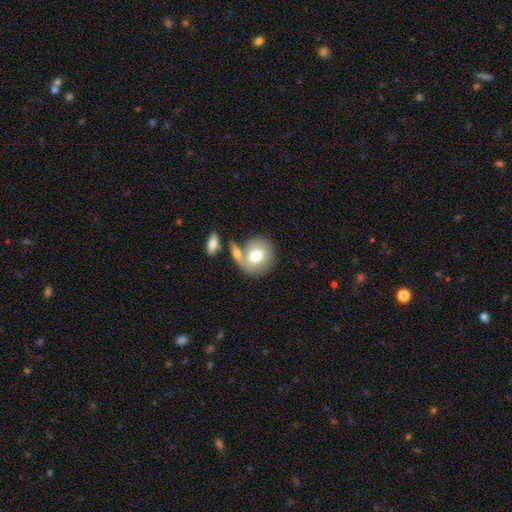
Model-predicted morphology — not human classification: The model was most divided on "merging": none: 54%, merger: 28%, minor disturbance: 13%, major disturbance: 5%. More confident: how rounded — round (78%); smooth or featured — smooth (72%).